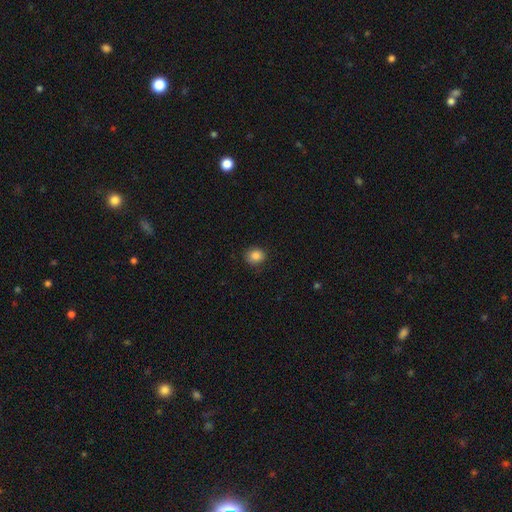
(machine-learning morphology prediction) Smooth or featured? Predicted: smooth (p=0.86). How rounded? Predicted: round (p=0.76). Merging? Predicted: none (p=0.87).